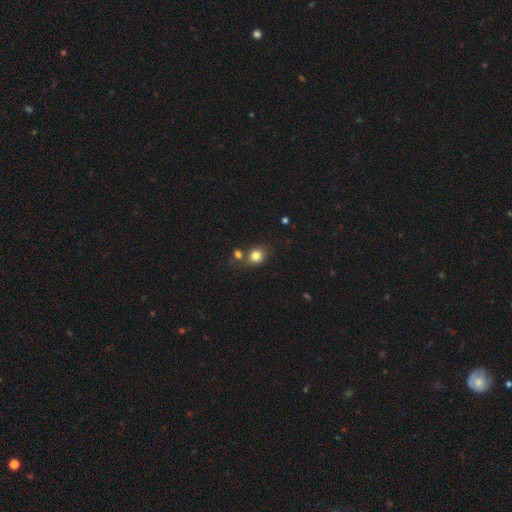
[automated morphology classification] Smooth or featured? Predicted: smooth (p=0.81). How rounded? Predicted: round (p=0.66). Merging? Predicted: none (p=0.61).